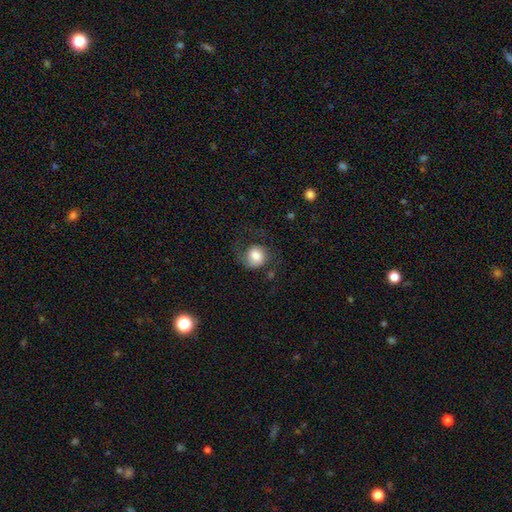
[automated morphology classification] This appears to be a smooth galaxy with no disk features (68%) that is round (78%). Merging: none (49%).